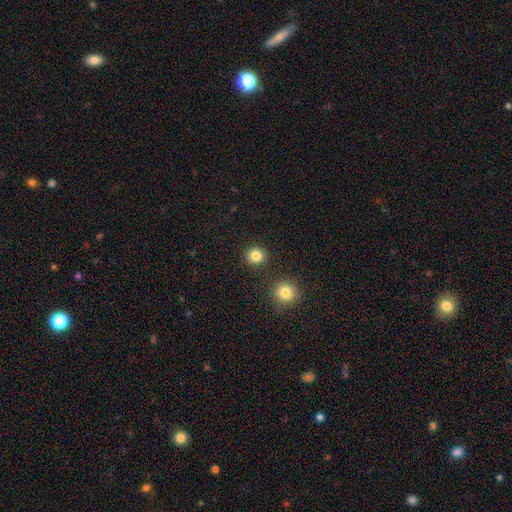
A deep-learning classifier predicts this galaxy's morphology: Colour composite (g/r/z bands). It shows a smooth galaxy with no disk features (85%) that is round (89%). Merging: none (89%).